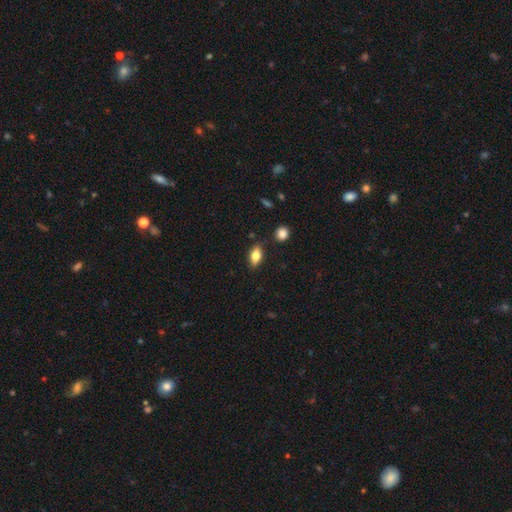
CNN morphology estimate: Overall: smooth (74%). How rounded: in between (85%). Merging: none (83%).